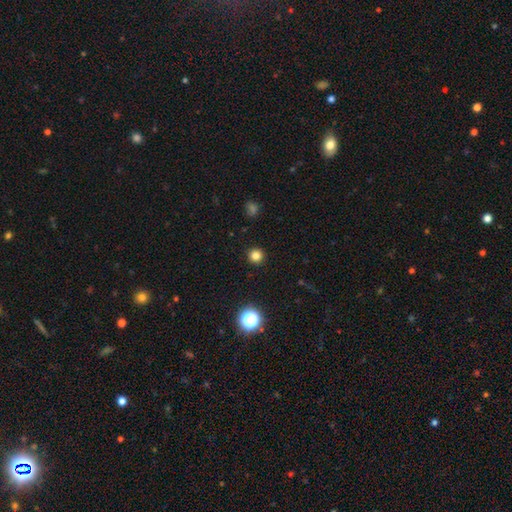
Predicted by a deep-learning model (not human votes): smooth-or-featured: smooth: 81% | star or artifact: 15% | featured or disk: 4%
  how-rounded: round: 95% | in between: 4% | cigar-shaped: 1%
  merging: none: 92% | minor disturbance: 5% | major disturbance: 2% | merger: 1%